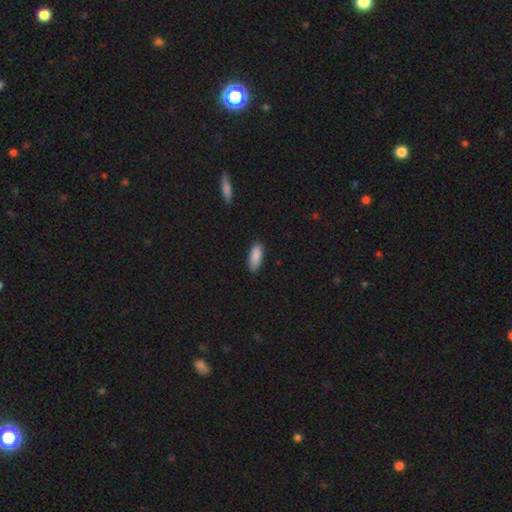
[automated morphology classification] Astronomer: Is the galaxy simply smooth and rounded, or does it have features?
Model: smooth — 89%.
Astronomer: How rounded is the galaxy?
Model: in between — 72%.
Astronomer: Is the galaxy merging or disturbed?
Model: none — 85%.